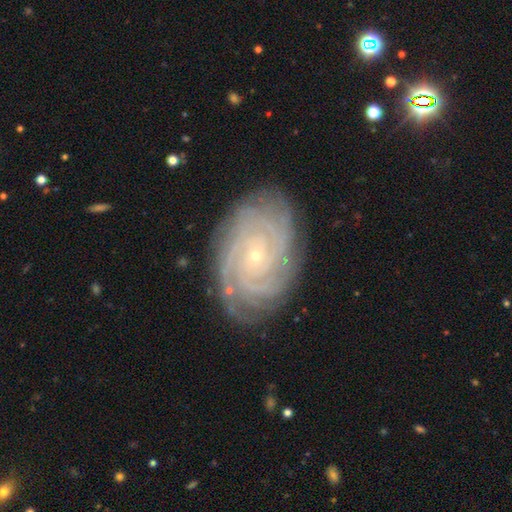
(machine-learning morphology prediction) Overall: featured or disk (89%). Edge-on disk: no (97%). Bar: no (78%). Spiral arms: yes (98%). Spiral arm count: 4 (26%; can't tell 20%). Spiral winding: tight (84%). Bulge size: small (87%). Merging: none (82%).